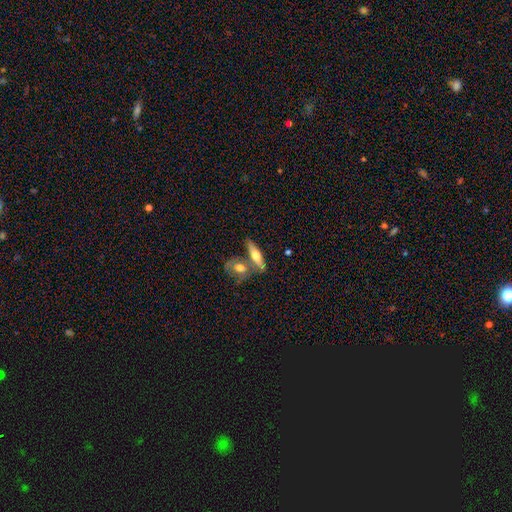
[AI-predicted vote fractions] Smooth or featured: featured or disk — 49% (smooth — 45%)
Merging: none — 56% (merger — 30%)